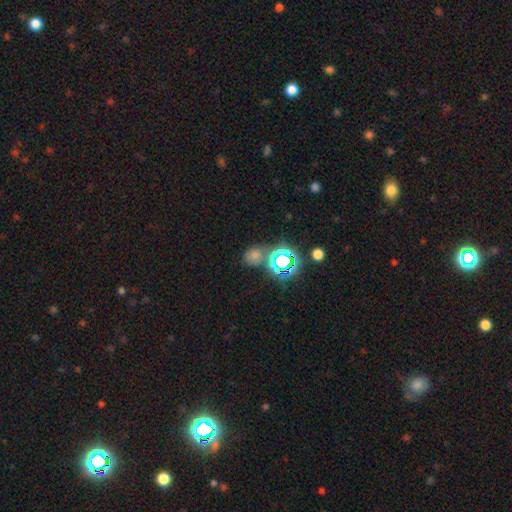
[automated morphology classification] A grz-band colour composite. It shows a smooth galaxy with no disk features (54%) that is round (53%). Merging: none (65%).